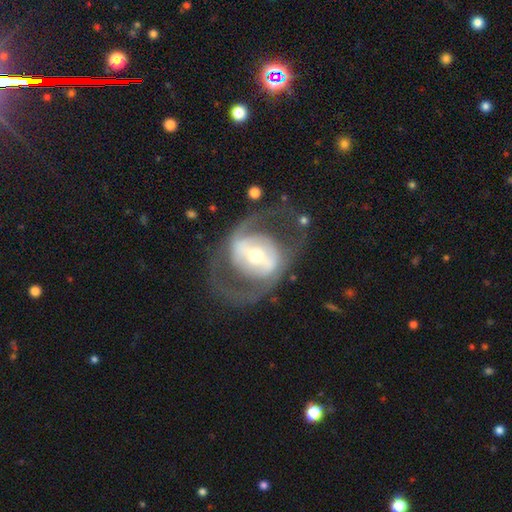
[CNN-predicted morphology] Smooth or featured: featured or disk — 79% (smooth — 15%)
Edge-on disk: no — 94% (yes — 6%)
Bar: strong — 48% (weak — 29%)
Spiral arms: yes — 64% (no — 36%)
Bulge size: moderate — 53% (small — 34%)
Merging: none — 65% (major disturbance — 20%)